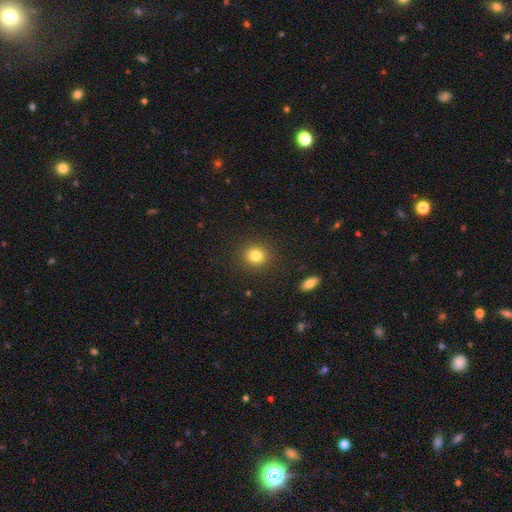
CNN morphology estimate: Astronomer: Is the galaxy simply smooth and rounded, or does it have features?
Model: smooth — 81%.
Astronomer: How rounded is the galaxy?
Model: round — 84%.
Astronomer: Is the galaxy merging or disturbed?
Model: none — 90%.